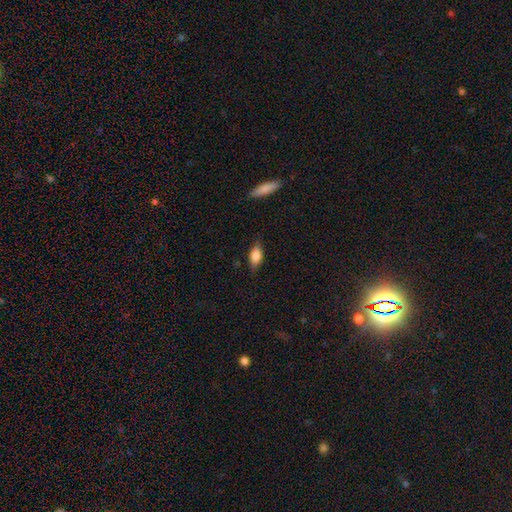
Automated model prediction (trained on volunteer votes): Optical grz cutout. It shows a smooth galaxy with no disk features (79%) that is in between round and cigar-shaped (83%). Merging: none (78%).